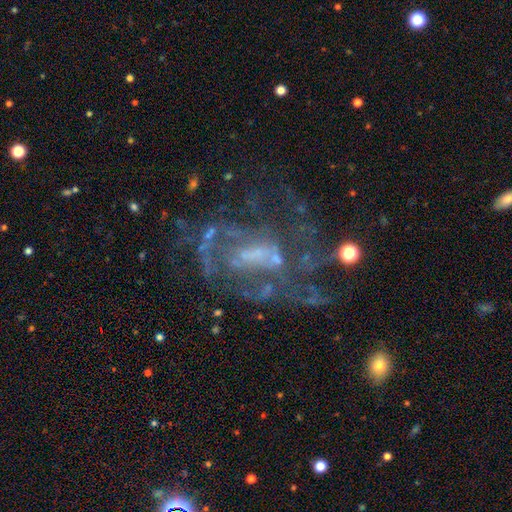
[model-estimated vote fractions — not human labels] This appears to be a featured or disk galaxy (77%) with no bar (41%, tied with weak), medium (43%) spiral arms (69%) and no central bulge (37%). Merging: none (43%).